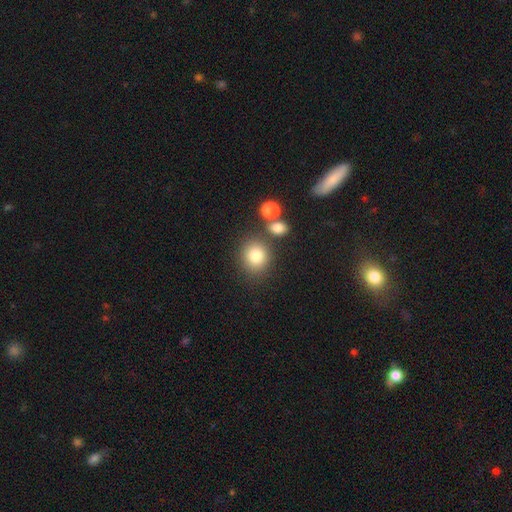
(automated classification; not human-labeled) A smooth galaxy with no disk features (80%) that is round (84%).

Vote fractions:
- Smooth or featured? smooth: 80% / star or artifact: 12% / featured or disk: 8%
- How rounded? round: 84% / in between: 15% / cigar-shaped: 1%
- Merging? none: 77% / merger: 11% / minor disturbance: 9% / major disturbance: 4%